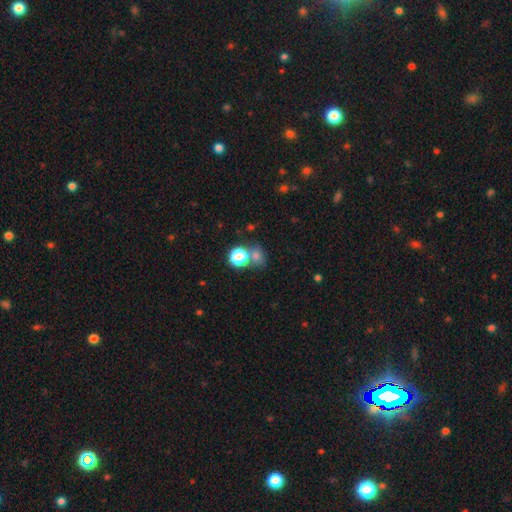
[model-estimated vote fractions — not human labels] The model was most divided on "merging": none: 53%, merger: 30%, minor disturbance: 11%, major disturbance: 6%. More confident: smooth or featured — smooth (72%); how rounded — round (71%).